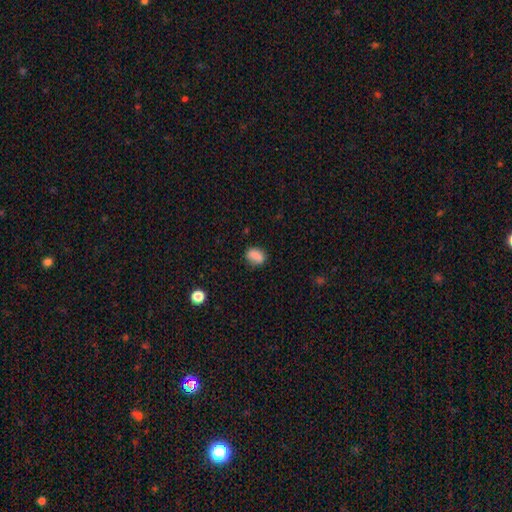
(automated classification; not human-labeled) A smooth galaxy with no disk features (85%) that is in between round and cigar-shaped (70%). Merging: none (77%).